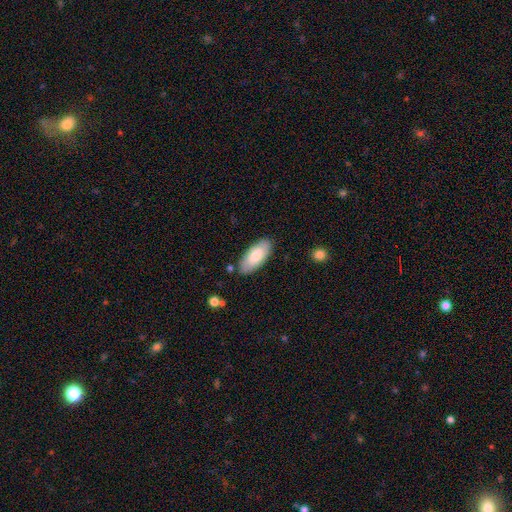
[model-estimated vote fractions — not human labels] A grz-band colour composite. It shows a smooth galaxy with no disk features (82%) that is in between round and cigar-shaped (87%). Merging: none (85%).